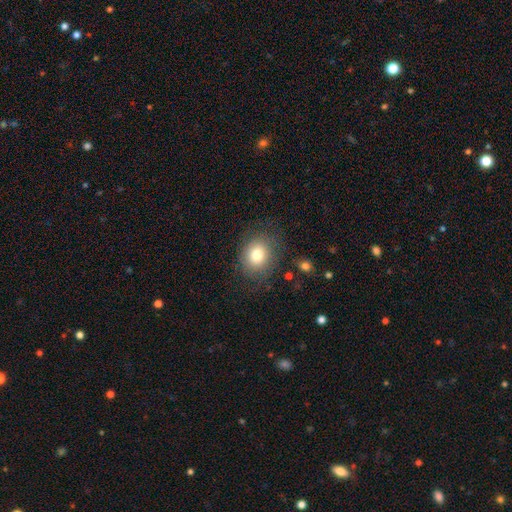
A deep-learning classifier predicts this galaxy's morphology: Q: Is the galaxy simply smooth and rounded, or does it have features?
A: smooth — 77%.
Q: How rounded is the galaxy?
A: round — 59%.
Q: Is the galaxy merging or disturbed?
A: none — 80%.